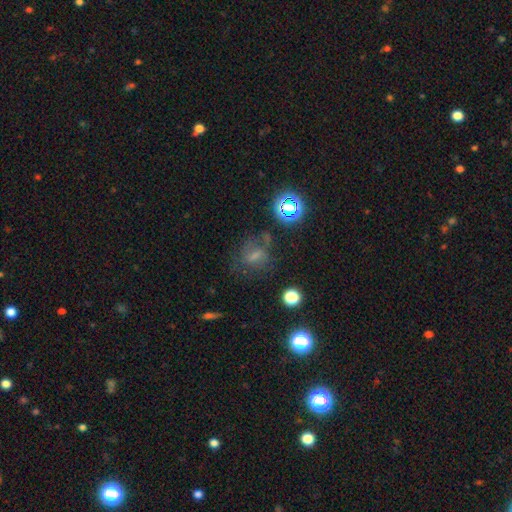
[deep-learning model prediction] Smooth or featured?
  - smooth: 46% *
  - star or artifact: 29%
  - featured or disk: 26%
Merging?
  - none: 54% *
  - minor disturbance: 21%
  - major disturbance: 18%
  - merger: 7%